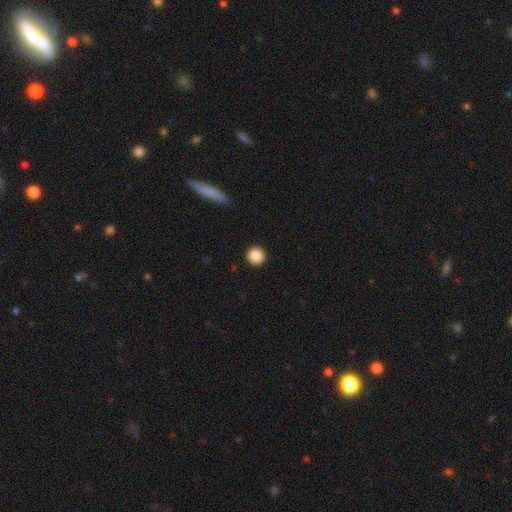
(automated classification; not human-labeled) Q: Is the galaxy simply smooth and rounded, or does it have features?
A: smooth — 87%.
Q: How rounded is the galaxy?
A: round — 95%.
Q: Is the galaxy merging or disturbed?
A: none — 93%.